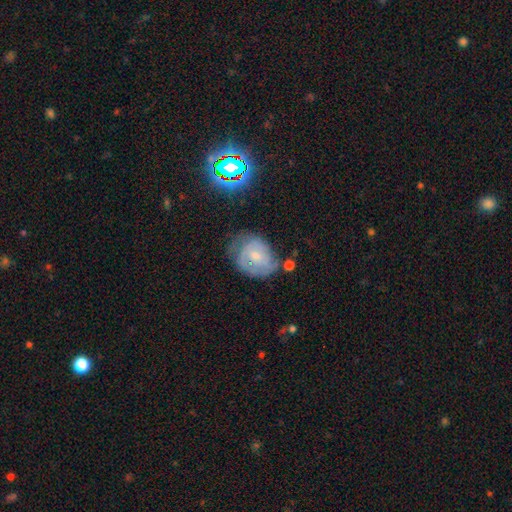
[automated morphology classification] Smooth or featured? Predicted: featured or disk (p=0.60). Edge-on disk? Predicted: no (p=0.97). Bar? Predicted: no (p=0.58). Spiral arms? Predicted: yes (p=0.79). Bulge size? Predicted: small (p=0.56). Merging? Predicted: none (p=0.48).